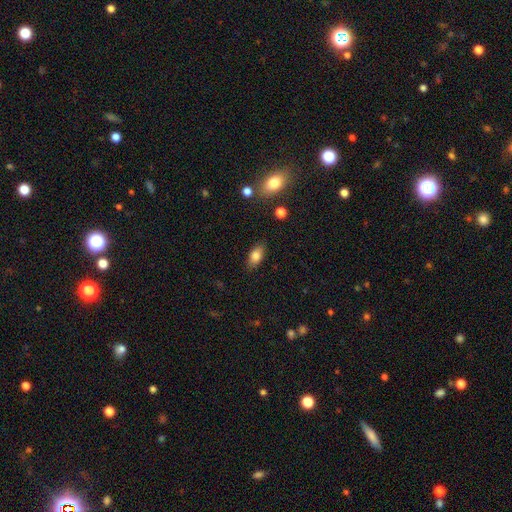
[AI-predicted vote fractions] Overall: smooth (81%). How rounded: in between (88%). Merging: none (84%).